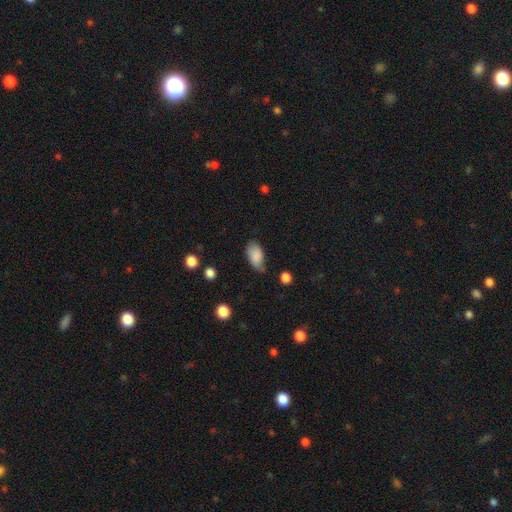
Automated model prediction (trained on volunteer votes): smooth_or_featured: smooth (p=0.85) [alt: featured or disk p=0.08]
how_rounded: in between (p=0.93) [alt: round p=0.04]
merging: none (p=0.53) [alt: minor disturbance p=0.35]